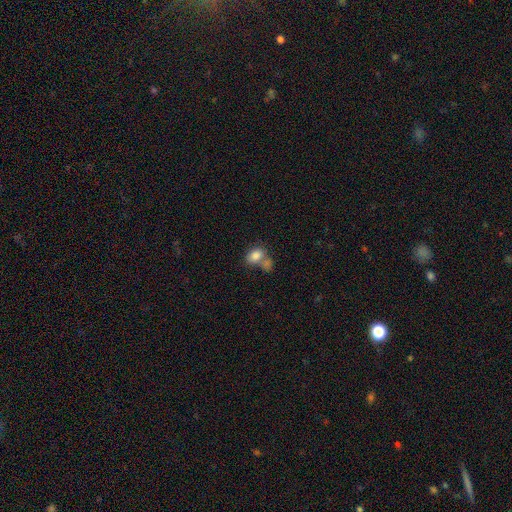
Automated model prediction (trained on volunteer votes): Smooth or featured: smooth — 82% (star or artifact — 9%)
How rounded: in between — 77% (round — 22%)
Merging: merger — 46% (none — 35%)